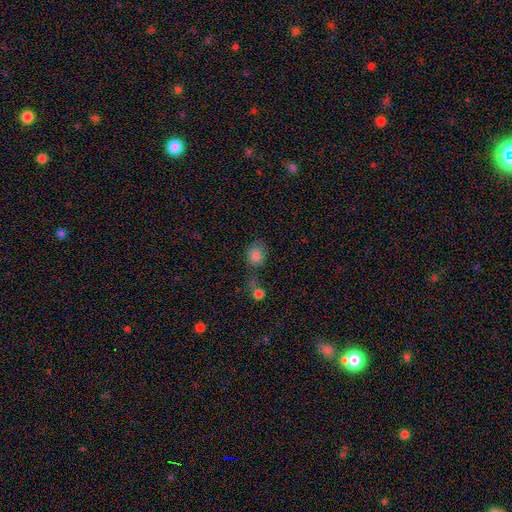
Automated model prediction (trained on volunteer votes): This appears to be a smooth galaxy with no disk features (81%) that is round (59%). Merging: none (47%).